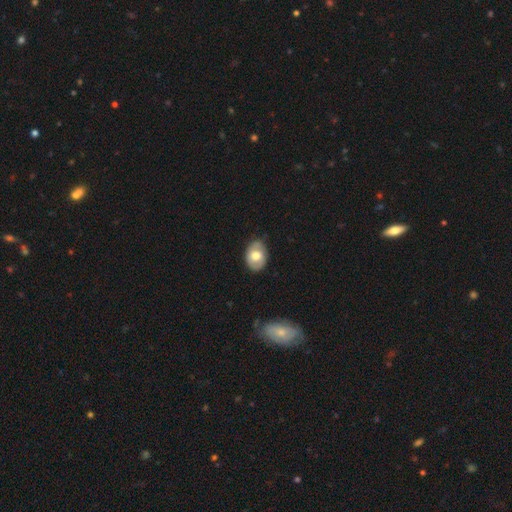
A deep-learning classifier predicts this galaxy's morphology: A smooth galaxy with no disk features (63%) that is in between round and cigar-shaped (73%). Merging: none (77%).